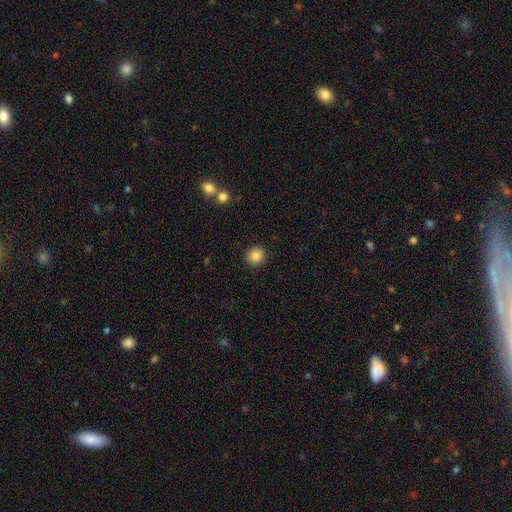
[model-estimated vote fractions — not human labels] A smooth galaxy with no disk features (87%) that is round (93%). Merging: none (92%).